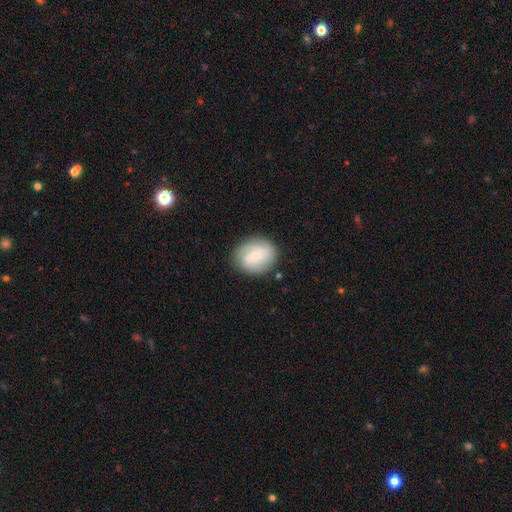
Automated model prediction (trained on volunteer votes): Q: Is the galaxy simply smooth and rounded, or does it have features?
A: smooth — 54%.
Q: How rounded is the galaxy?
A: round — 61%.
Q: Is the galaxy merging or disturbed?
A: none — 79%.